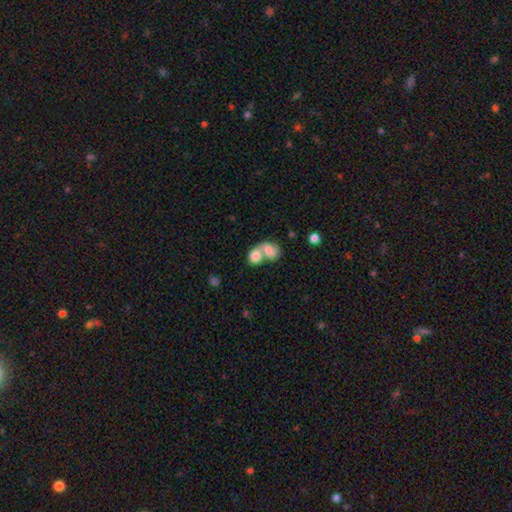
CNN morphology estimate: smooth-or-featured: smooth: 77% | featured or disk: 15% | star or artifact: 7%
  how-rounded: round: 50% | in between: 49% | cigar-shaped: 1%
  merging: merger: 74% | none: 17% | minor disturbance: 5% | major disturbance: 4%